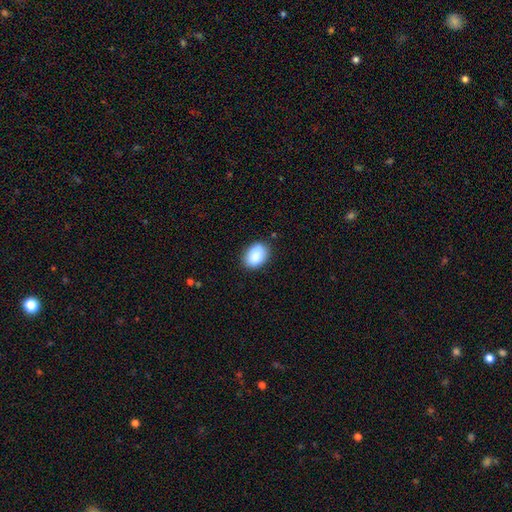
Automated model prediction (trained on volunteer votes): smooth-or-featured: smooth: 88% | star or artifact: 7% | featured or disk: 6%
  how-rounded: in between: 80% | round: 19% | cigar-shaped: 1%
  merging: none: 83% | minor disturbance: 13% | major disturbance: 3% | merger: 1%